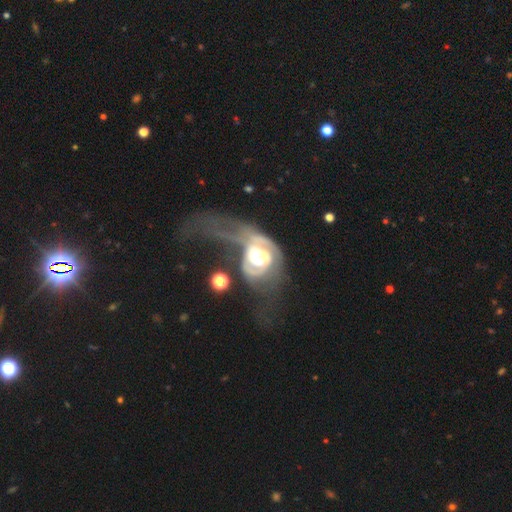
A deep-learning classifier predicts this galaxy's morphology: Smooth or featured? featured or disk (77%)
Edge-on disk? no (96%)
Bar? no (65%)
Spiral arms? yes (74%)
Spiral winding? tight (39%)
Spiral arm count? 2 (42%)
Bulge size? large (45%)
Merging? major disturbance (61%)